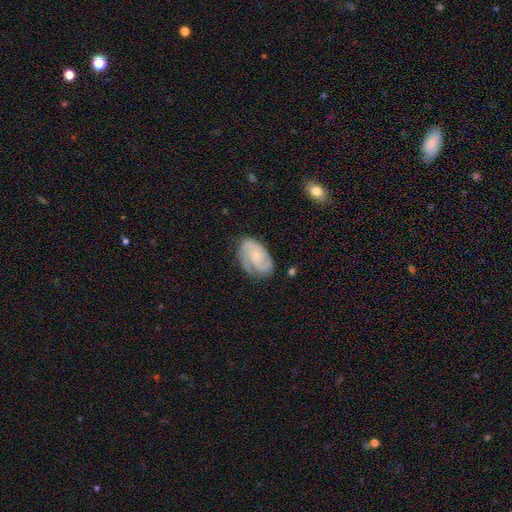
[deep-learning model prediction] A featured or disk galaxy (79%) with no bar (71%), 2 (38%) tight (53%) spiral arms (96%) and a small central bulge (71%).

Vote fractions:
- Smooth or featured? featured or disk: 79% / smooth: 15% / star or artifact: 6%
- Edge-on disk? no: 97% / yes: 3%
- Bar? no: 71% / weak: 25% / strong: 4%
- Spiral arms? yes: 96% / no: 4%
- Spiral winding? tight: 53% / medium: 37% / loose: 10%
- Spiral arm count? 2: 38% / 3: 30% / can't tell: 17% / 1: 6% / 4: 5% / more than 4: 3%
- Bulge size? small: 71% / moderate: 20% / none: 7% / large: 1% / dominant: 1%
- Merging? none: 70% / minor disturbance: 21% / major disturbance: 7% / merger: 2%